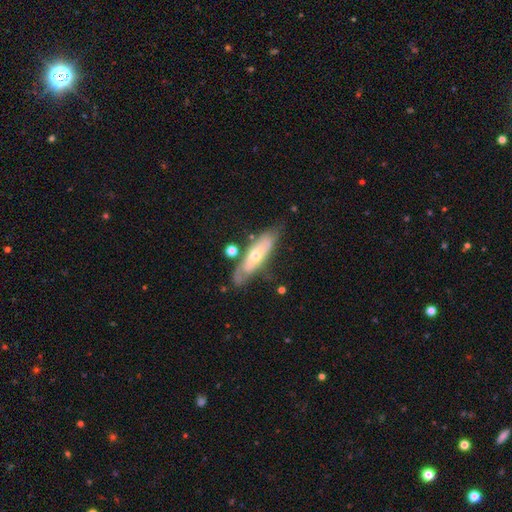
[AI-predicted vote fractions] smooth_or_featured: featured or disk (p=0.63) [alt: smooth p=0.31]
disk_edge_on: no (p=0.67) [alt: yes p=0.33]
merging: none (p=0.65) [alt: minor disturbance p=0.22]